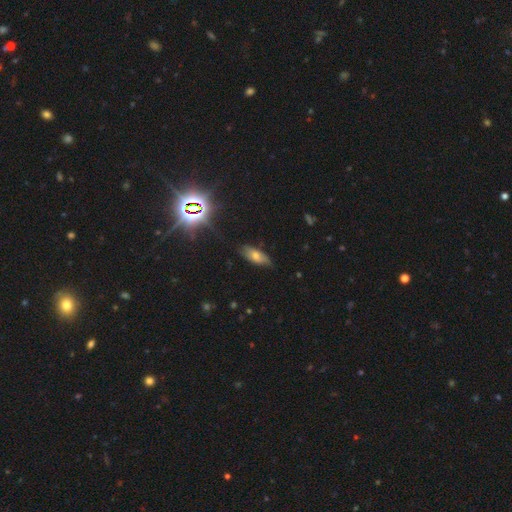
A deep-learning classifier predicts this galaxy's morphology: This is likely a smooth galaxy (60%). How rounded: likely in between (78%). Merging: likely none (75%).